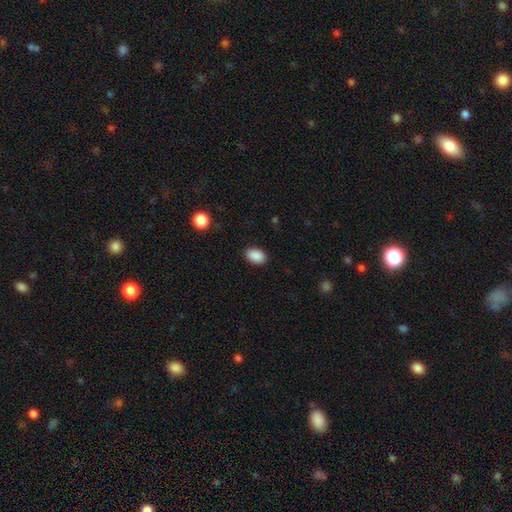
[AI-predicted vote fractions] smooth 90%, star or artifact 8%, featured or disk 3%. Down the decision tree: how rounded — in between (87%); merging — none (88%).